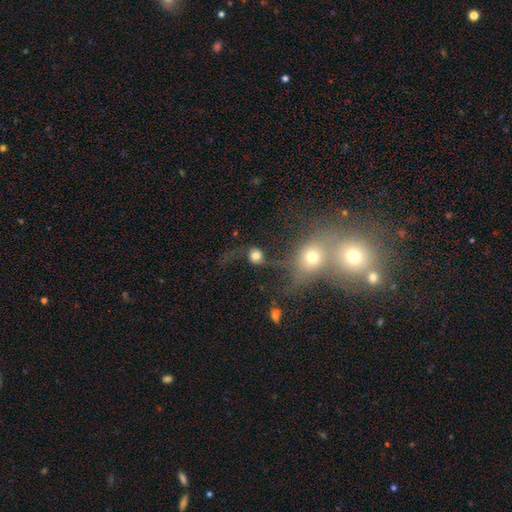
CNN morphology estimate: Smooth or featured: smooth — 61% (featured or disk — 25%)
How rounded: round — 79% (in between — 19%)
Merging: none — 42% (major disturbance — 23%)